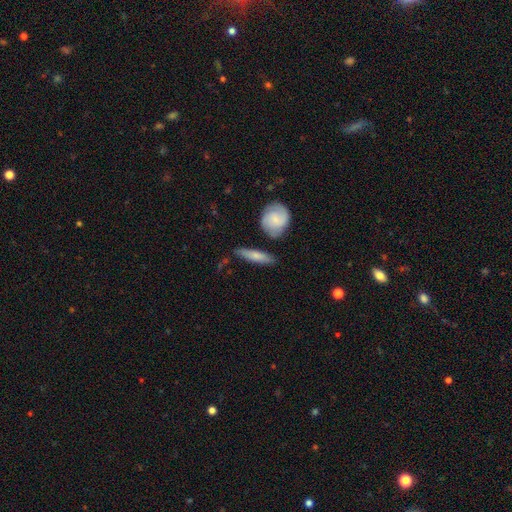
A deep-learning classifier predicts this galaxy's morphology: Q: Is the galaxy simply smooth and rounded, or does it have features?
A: smooth — 65%.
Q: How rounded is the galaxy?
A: cigar-shaped — 74%.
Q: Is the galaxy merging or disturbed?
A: none — 75%.